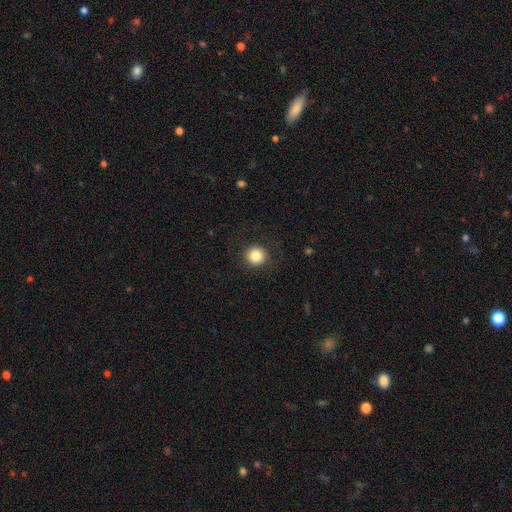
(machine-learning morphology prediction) type=smooth (85%); roundness=round (95%); merging=none (89%).